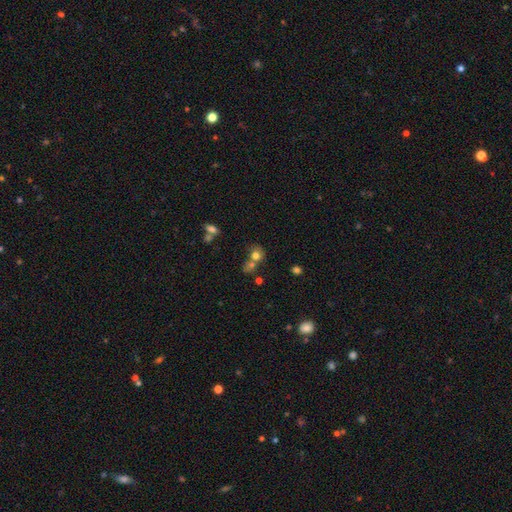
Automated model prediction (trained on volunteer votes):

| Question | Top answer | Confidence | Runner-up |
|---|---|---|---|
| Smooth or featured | smooth | 71% | featured or disk (15%) |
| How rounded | round | 71% | in between (28%) |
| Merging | merger | 51% | none (34%) |